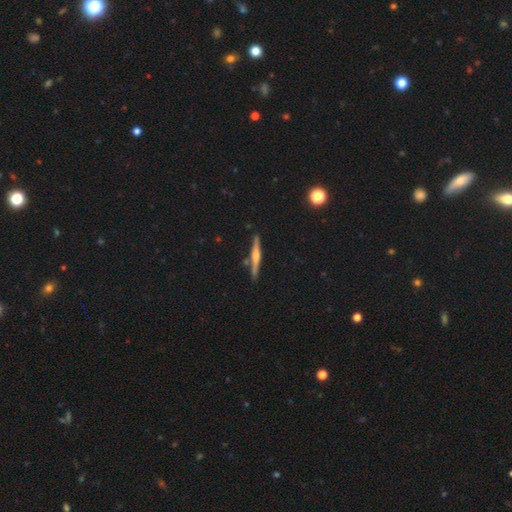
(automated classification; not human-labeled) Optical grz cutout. It shows a featured or disk galaxy (70%) viewed edge-on (98%) with a rounded central bulge (81%). Merging: none (86%).